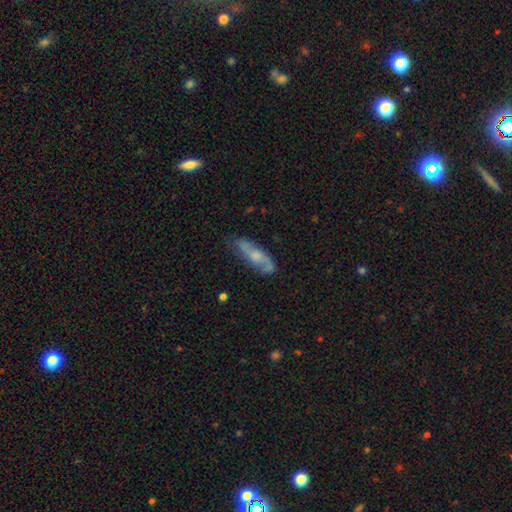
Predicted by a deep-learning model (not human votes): Smooth or featured? Predicted: featured or disk (p=0.61). Edge-on disk? Predicted: no (p=0.79). Merging? Predicted: none (p=0.70).